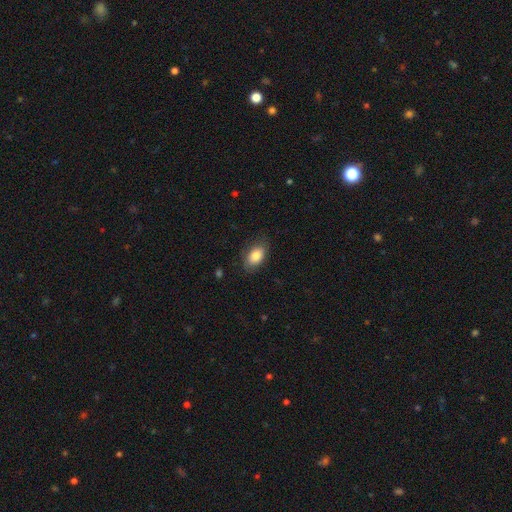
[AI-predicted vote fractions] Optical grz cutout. It shows a smooth galaxy with no disk features (82%) that is in between round and cigar-shaped (89%). Merging: none (77%).